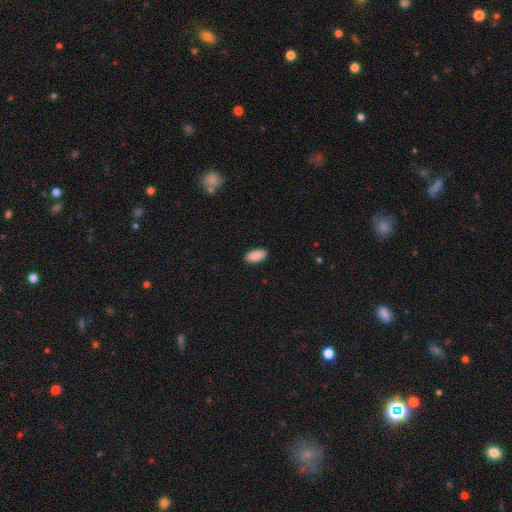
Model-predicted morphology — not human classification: smooth_or_featured: smooth (p=0.90) [alt: star or artifact p=0.06]
how_rounded: in between (p=0.93) [alt: cigar-shaped p=0.04]
merging: none (p=0.89) [alt: minor disturbance p=0.08]